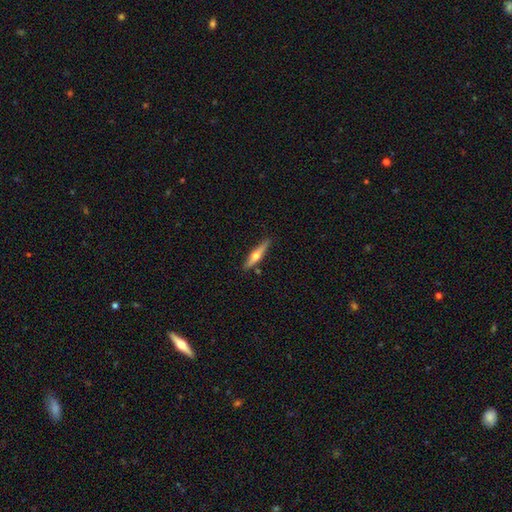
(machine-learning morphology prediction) Smooth or featured? Predicted: featured or disk (p=0.56). Edge-on disk? Predicted: yes (p=0.94). Edge-on bulge? Predicted: rounded (p=0.94). Merging? Predicted: none (p=0.86).